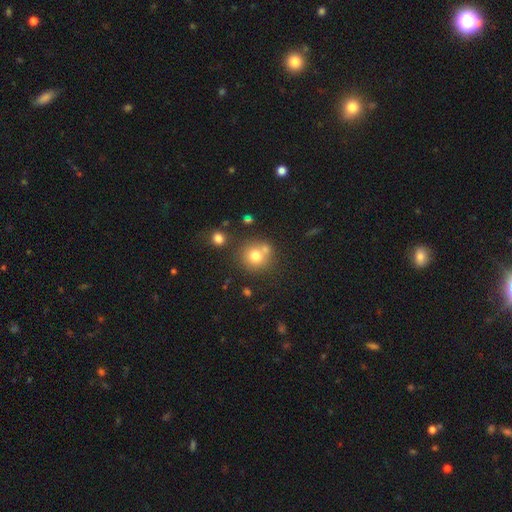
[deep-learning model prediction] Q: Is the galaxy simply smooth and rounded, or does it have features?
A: smooth — 74%.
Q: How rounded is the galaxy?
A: round — 90%.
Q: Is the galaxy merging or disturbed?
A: none — 61%.